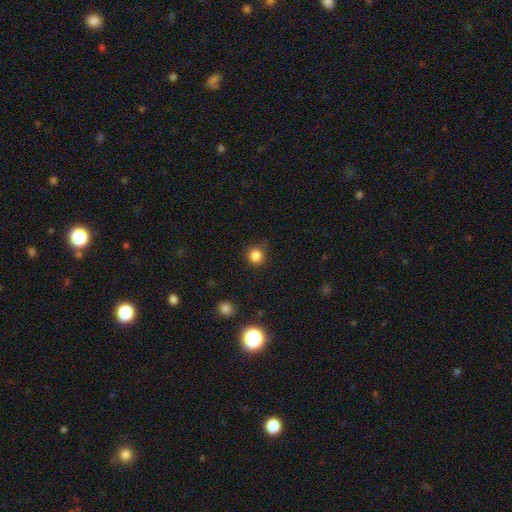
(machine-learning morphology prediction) This is clearly a smooth galaxy (83%). How rounded: clearly round (89%). Merging: clearly none (81%).